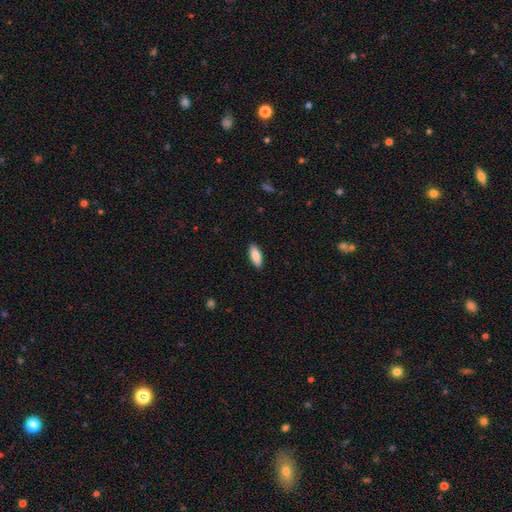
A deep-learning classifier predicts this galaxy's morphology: This appears to be a smooth galaxy with no disk features (89%) that is in between round and cigar-shaped (76%). Merging: none (90%).